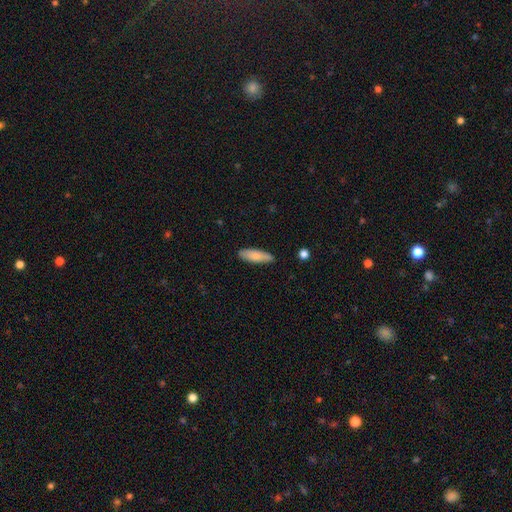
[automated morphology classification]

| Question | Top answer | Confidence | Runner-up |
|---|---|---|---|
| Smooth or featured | smooth | 79% | featured or disk (15%) |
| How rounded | cigar-shaped | 50% | in between (48%) |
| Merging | none | 85% | minor disturbance (12%) |